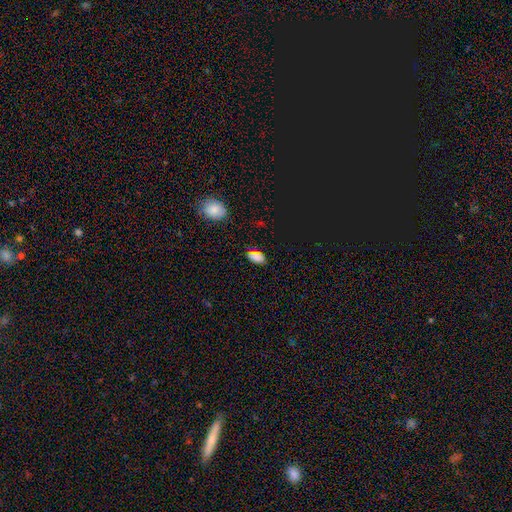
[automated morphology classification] A smooth galaxy with no disk features (76%) that is in between round and cigar-shaped (89%). Merging: none (78%).